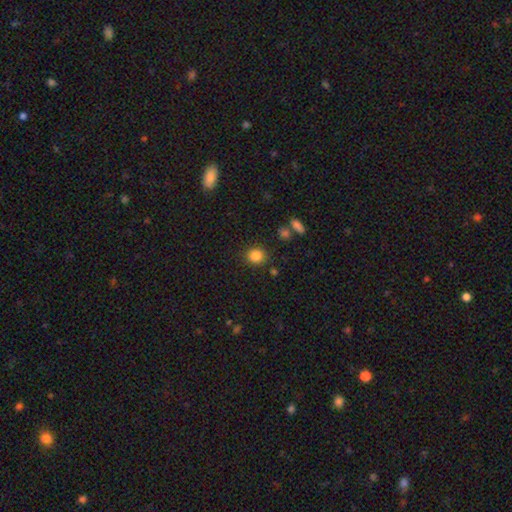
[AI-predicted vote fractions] smooth 84%, star or artifact 11%, featured or disk 5%. Down the decision tree: how rounded — round (81%); merging — none (86%).